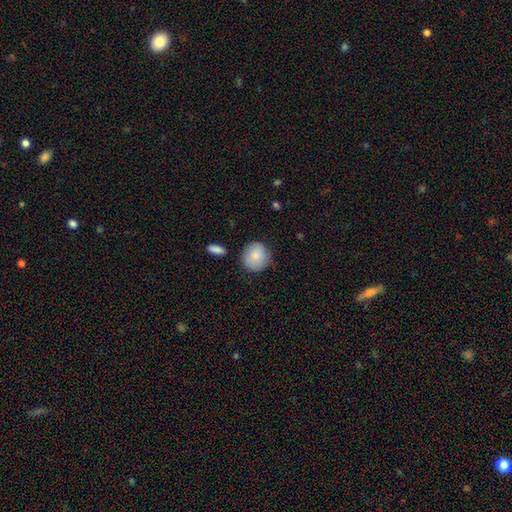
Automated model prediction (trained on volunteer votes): smooth-or-featured: smooth: 85% | featured or disk: 8% | star or artifact: 6%
  how-rounded: round: 90% | in between: 9% | cigar-shaped: 1%
  merging: none: 81% | minor disturbance: 14% | major disturbance: 3% | merger: 3%